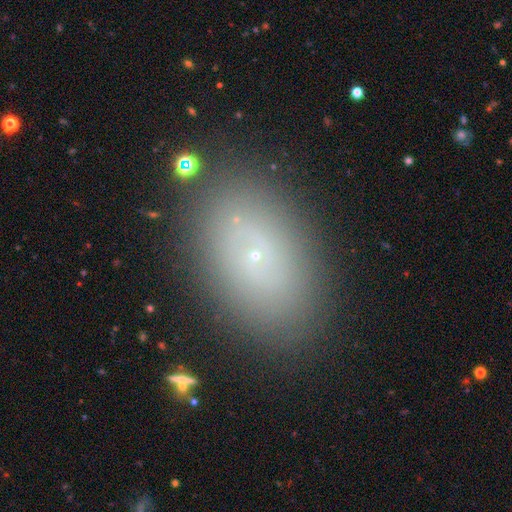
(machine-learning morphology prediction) A smooth galaxy with no disk features (57%) that is in between round and cigar-shaped (85%).

Vote fractions:
- Smooth or featured? smooth: 57% / featured or disk: 25% / star or artifact: 17%
- How rounded? in between: 85% / round: 13% / cigar-shaped: 2%
- Merging? none: 85% / minor disturbance: 10% / major disturbance: 3% / merger: 2%